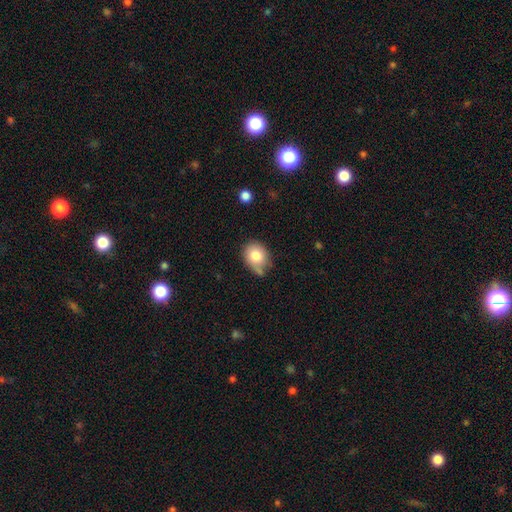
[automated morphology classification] A smooth galaxy with no disk features (79%) that is round (51%).

Vote fractions:
- Smooth or featured? smooth: 79% / featured or disk: 12% / star or artifact: 9%
- How rounded? round: 51% / in between: 48% / cigar-shaped: 1%
- Merging? none: 58% / minor disturbance: 29% / merger: 7% / major disturbance: 6%